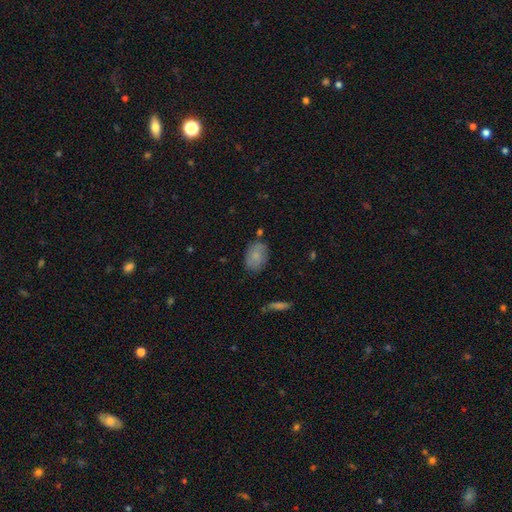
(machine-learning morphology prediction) smooth_or_featured: smooth (p=0.76) [alt: featured or disk p=0.17]
how_rounded: in between (p=0.77) [alt: round p=0.22]
merging: none (p=0.74) [alt: minor disturbance p=0.18]